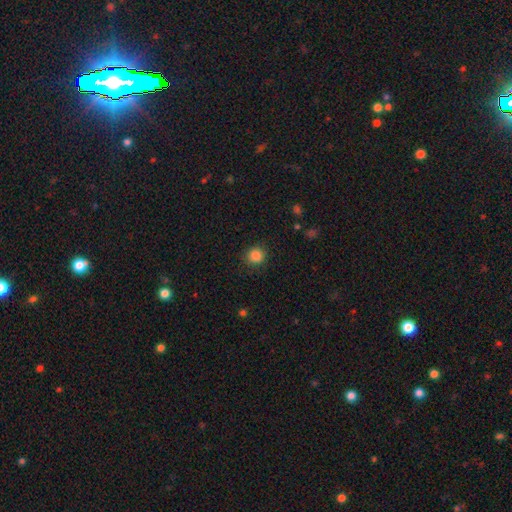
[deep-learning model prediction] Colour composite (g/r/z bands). It shows a smooth galaxy with no disk features (85%) that is round (90%). Merging: none (89%).